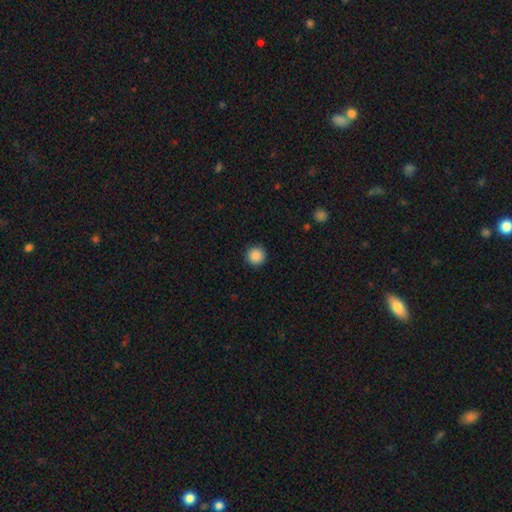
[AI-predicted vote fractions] smooth 88%, star or artifact 9%, featured or disk 3%. Down the decision tree: how rounded — round (95%); merging — none (92%).